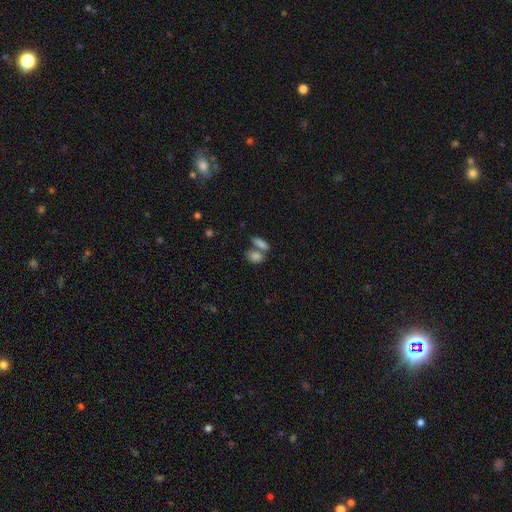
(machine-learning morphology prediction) smooth 82%, star or artifact 9%, featured or disk 9%. Down the decision tree: how rounded — in between (79%); merging — merger (48%).